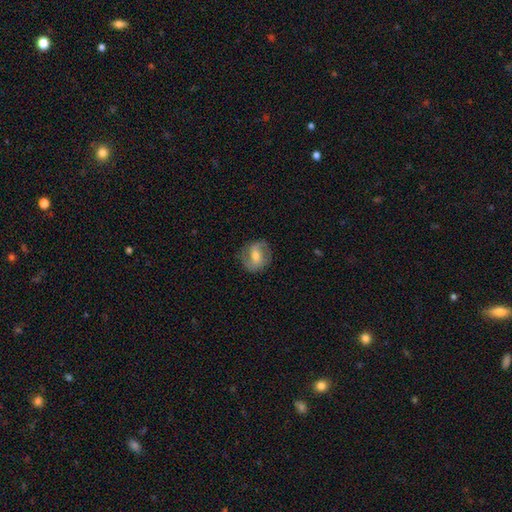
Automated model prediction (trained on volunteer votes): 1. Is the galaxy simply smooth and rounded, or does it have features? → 61% featured or disk, 32% smooth, 7% star or artifact.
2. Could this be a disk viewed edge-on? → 96% no, 4% yes.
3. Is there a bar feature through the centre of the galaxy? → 43% weak, 31% strong, 25% no.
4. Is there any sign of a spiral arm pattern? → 78% yes, 22% no.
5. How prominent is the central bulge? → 61% moderate, 32% small, 4% large, 2% none, 1% dominant.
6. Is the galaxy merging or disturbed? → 78% none, 15% minor disturbance, 6% major disturbance, 1% merger.